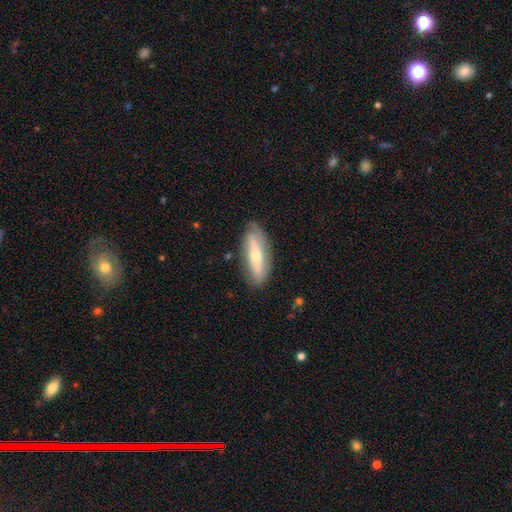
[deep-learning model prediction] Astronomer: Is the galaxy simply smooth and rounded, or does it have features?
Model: featured or disk — 50% (runner-up: smooth, 44%).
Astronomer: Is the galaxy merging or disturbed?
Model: none — 78%.